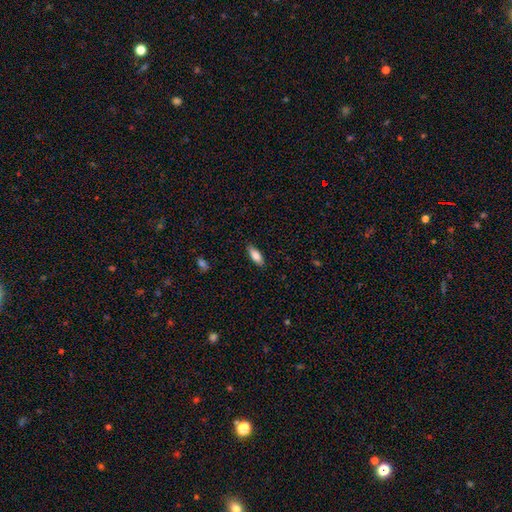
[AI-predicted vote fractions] smooth_or_featured: smooth (p=0.80) [alt: featured or disk p=0.14]
how_rounded: in between (p=0.71) [alt: cigar-shaped p=0.27]
merging: none (p=0.87) [alt: minor disturbance p=0.10]